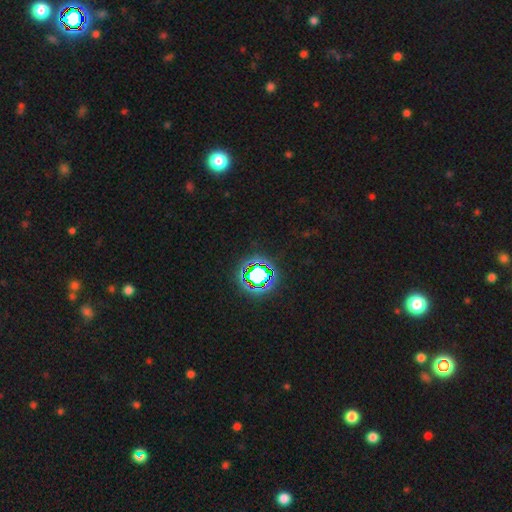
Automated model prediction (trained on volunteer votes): smooth-or-featured: star or artifact: 80% | smooth: 13% | featured or disk: 8%